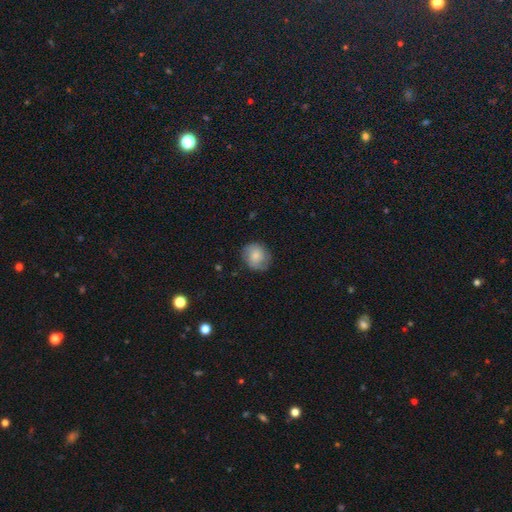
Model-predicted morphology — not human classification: Smooth or featured: smooth — 66% (featured or disk — 26%)
How rounded: round — 75% (in between — 24%)
Merging: none — 73% (minor disturbance — 20%)